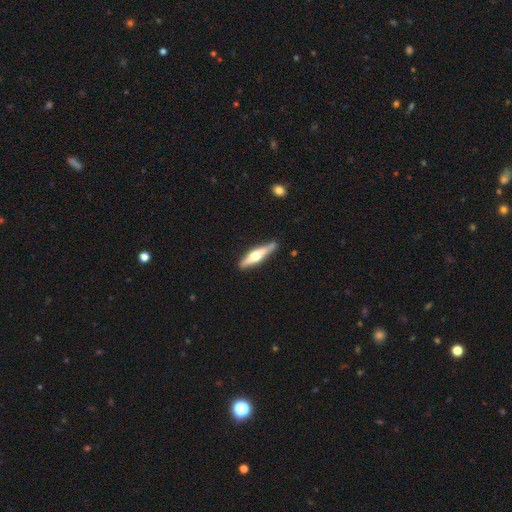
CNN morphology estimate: Q: Smooth or featured?
A: featured or disk (63%); runner-up: smooth (32%)
Q: Edge-on disk?
A: yes (96%); runner-up: no (4%)
Q: Edge-on bulge?
A: rounded (91%); runner-up: boxy (6%)
Q: Merging?
A: none (85%); runner-up: minor disturbance (11%)